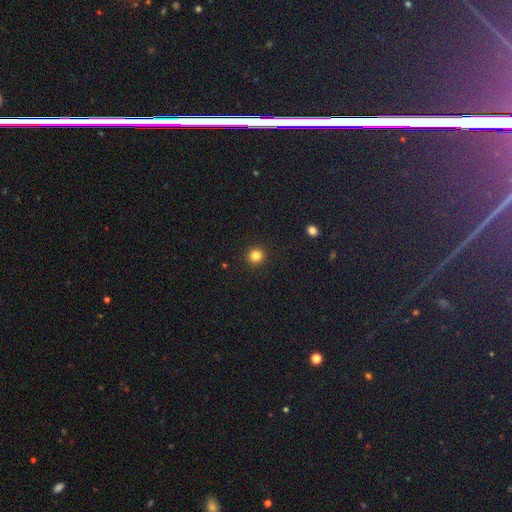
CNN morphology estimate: Q: Smooth or featured?
A: smooth (83%); runner-up: star or artifact (13%)
Q: How rounded?
A: round (94%); runner-up: in between (5%)
Q: Merging?
A: none (93%); runner-up: minor disturbance (4%)